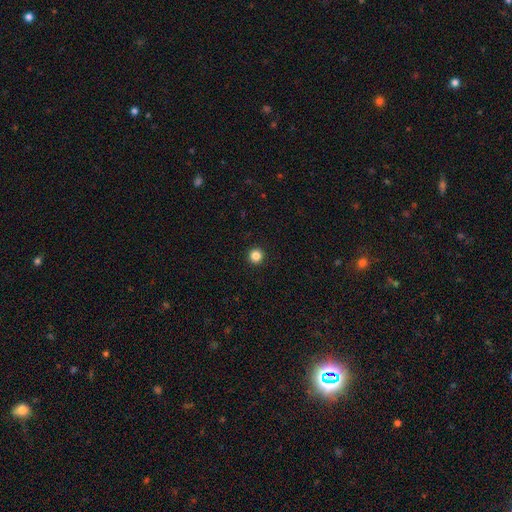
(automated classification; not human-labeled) Morphology: type=smooth (85%); roundness=round (96%); merging=none (94%).